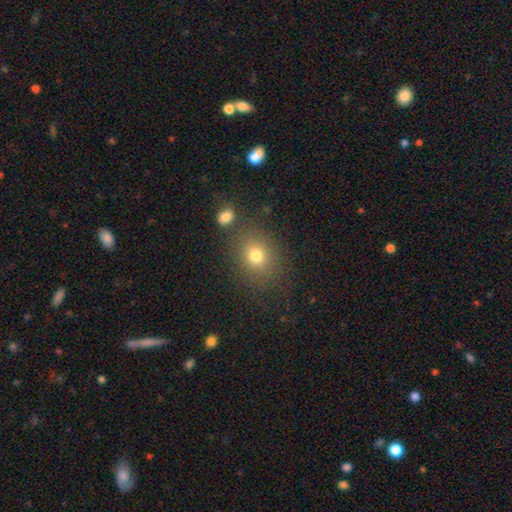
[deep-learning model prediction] smooth 76%, star or artifact 15%, featured or disk 10%. Down the decision tree: how rounded — round (62%); merging — none (78%).